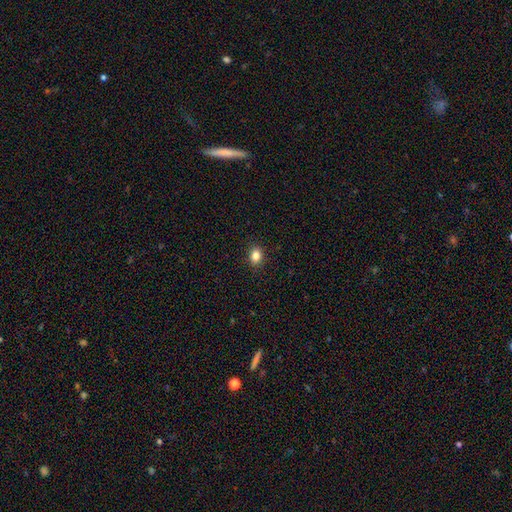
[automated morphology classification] smooth 85%, star or artifact 10%, featured or disk 5%. Down the decision tree: how rounded — in between (60%); merging — none (90%).